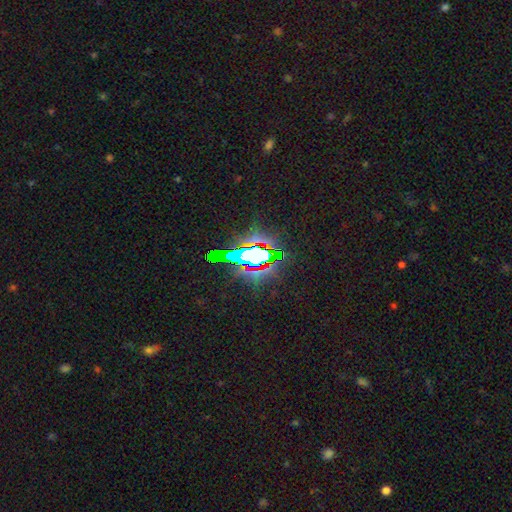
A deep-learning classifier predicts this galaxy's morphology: A star or artifact, not a galaxy (64%).

Vote fractions:
- Smooth or featured? star or artifact: 64% / smooth: 20% / featured or disk: 16%